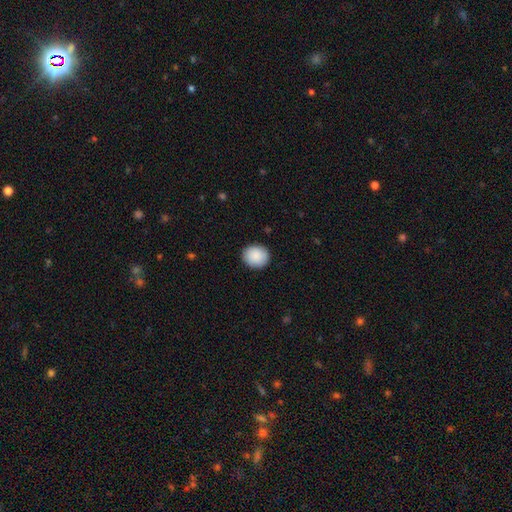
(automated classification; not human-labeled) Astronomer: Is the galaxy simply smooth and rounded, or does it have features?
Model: smooth — 90%.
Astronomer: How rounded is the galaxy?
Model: round — 78%.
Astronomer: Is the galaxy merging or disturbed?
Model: none — 90%.